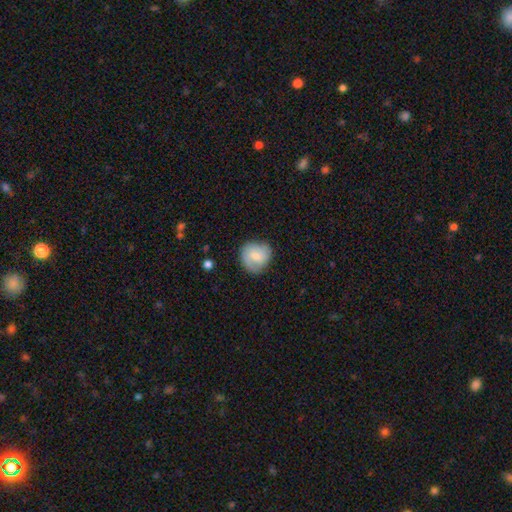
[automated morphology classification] smooth 69%, featured or disk 24%, star or artifact 7%. Down the decision tree: how rounded — round (86%); merging — none (73%).